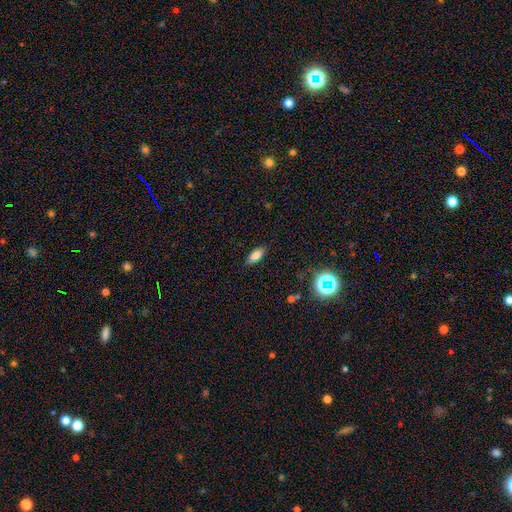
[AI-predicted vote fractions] Smooth or featured? Predicted: smooth (p=0.75). How rounded? Predicted: in between (p=0.80). Merging? Predicted: none (p=0.84).